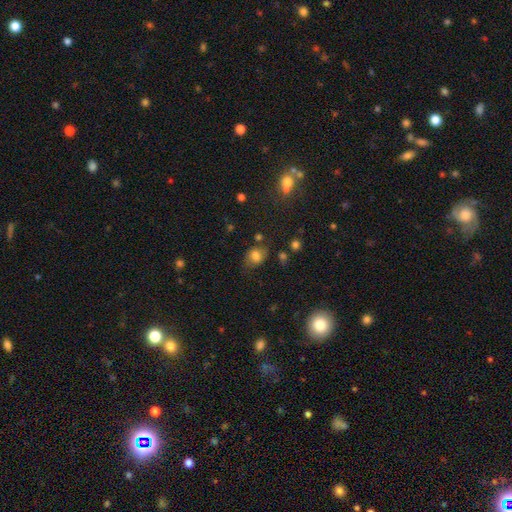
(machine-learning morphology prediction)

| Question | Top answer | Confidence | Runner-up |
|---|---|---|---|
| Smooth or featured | smooth | 74% | star or artifact (14%) |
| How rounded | round | 50% | in between (49%) |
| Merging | none | 64% | minor disturbance (23%) |